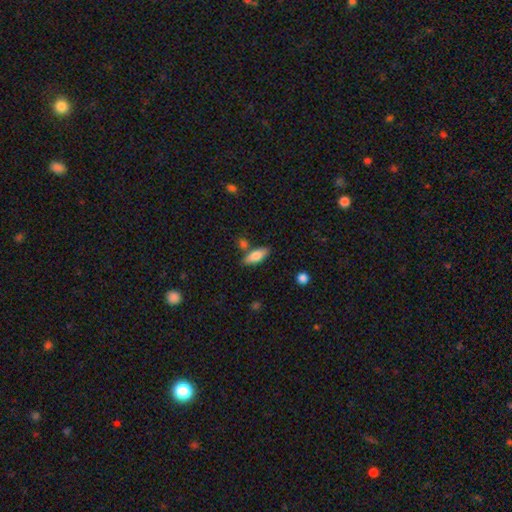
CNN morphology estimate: Q: Smooth or featured?
A: smooth (77%); runner-up: featured or disk (16%)
Q: How rounded?
A: in between (66%); runner-up: cigar-shaped (32%)
Q: Merging?
A: none (75%); runner-up: minor disturbance (13%)